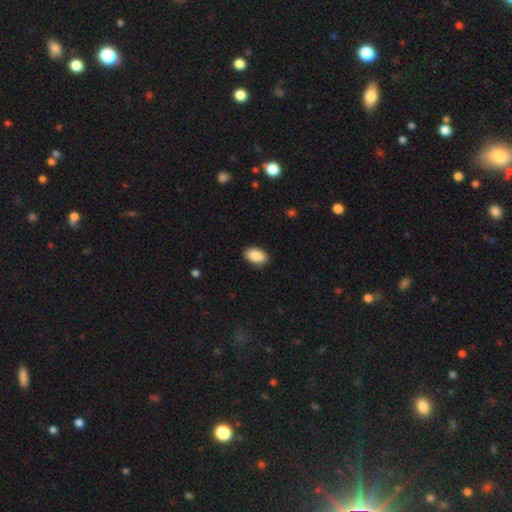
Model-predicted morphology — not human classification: Smooth or featured? smooth (88%)
How rounded? in between (93%)
Merging? none (89%)